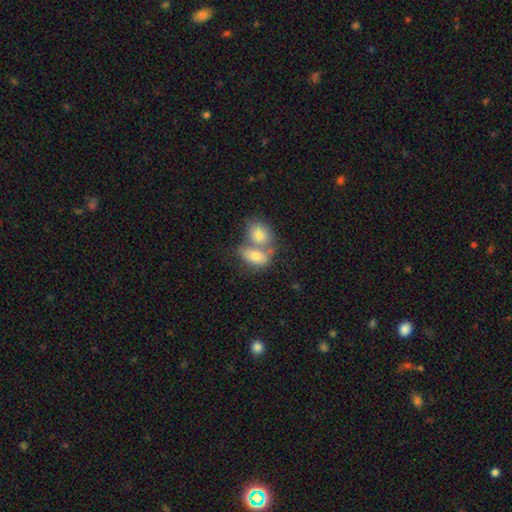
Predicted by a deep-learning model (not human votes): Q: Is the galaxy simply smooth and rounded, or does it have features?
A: smooth — 74%.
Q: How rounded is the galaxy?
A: in between — 83%.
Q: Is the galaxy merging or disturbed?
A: merger — 64%.